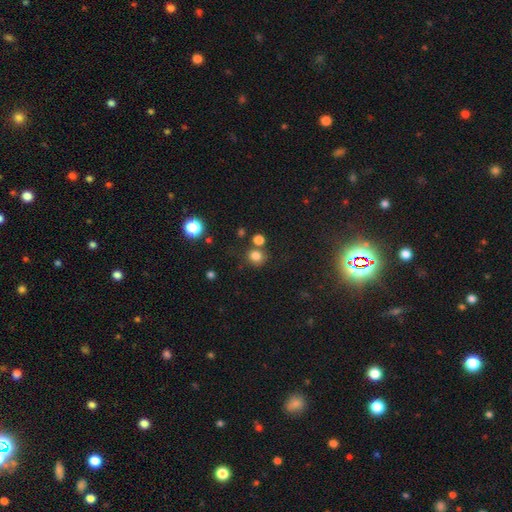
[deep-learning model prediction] Smooth or featured: smooth — 79% (star or artifact — 15%)
How rounded: round — 79% (in between — 20%)
Merging: none — 65% (merger — 18%)